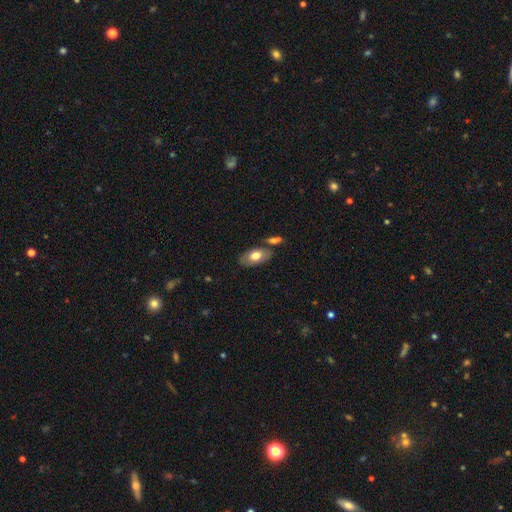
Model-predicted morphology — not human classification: Smooth or featured? Predicted: smooth (p=0.69). How rounded? Predicted: in between (p=0.92). Merging? Predicted: none (p=0.67).